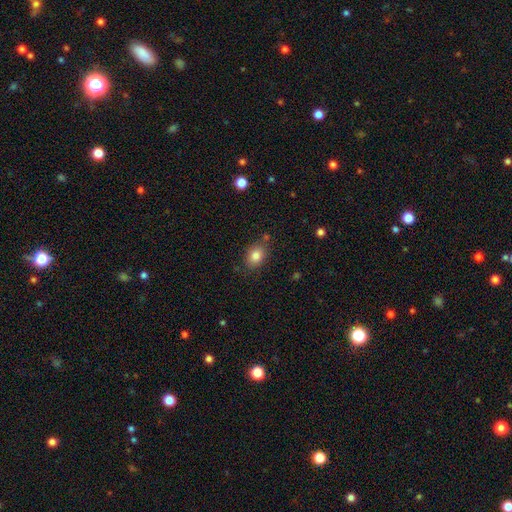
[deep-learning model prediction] smooth_or_featured: smooth (p=0.82) [alt: star or artifact p=0.10]
how_rounded: in between (p=0.66) [alt: round p=0.33]
merging: none (p=0.77) [alt: minor disturbance p=0.15]